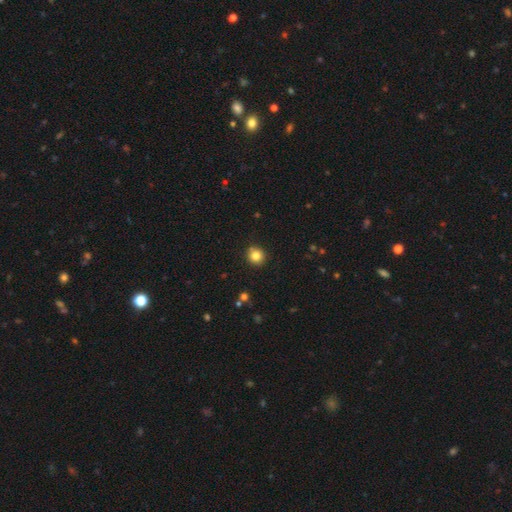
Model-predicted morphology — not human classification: A smooth galaxy with no disk features (83%) that is round (91%). Merging: none (91%).